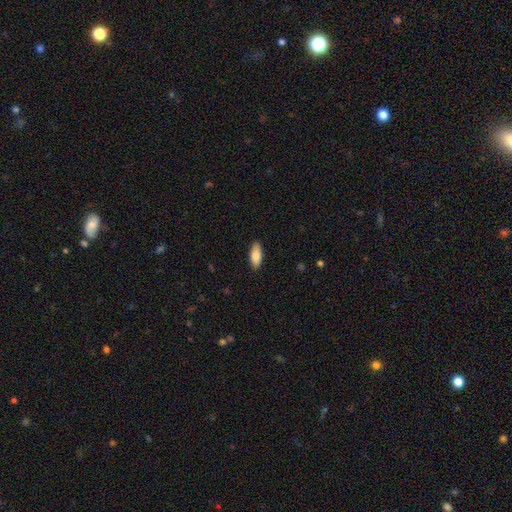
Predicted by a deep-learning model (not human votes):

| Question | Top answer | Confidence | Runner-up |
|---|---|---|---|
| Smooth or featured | smooth | 82% | featured or disk (12%) |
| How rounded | in between | 82% | cigar-shaped (16%) |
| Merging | none | 88% | minor disturbance (9%) |